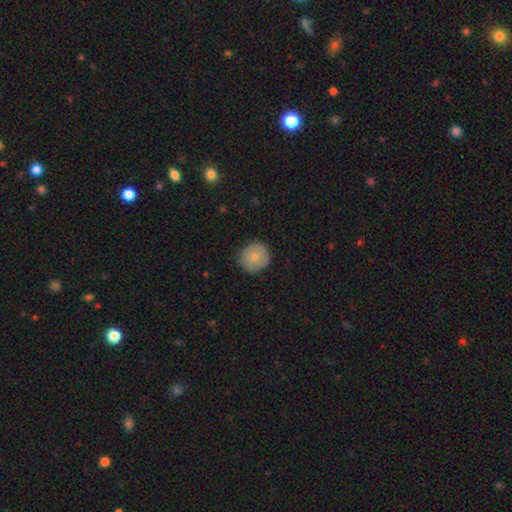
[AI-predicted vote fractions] Q: Smooth or featured?
A: smooth (79%); runner-up: featured or disk (14%)
Q: How rounded?
A: round (92%); runner-up: in between (7%)
Q: Merging?
A: none (85%); runner-up: minor disturbance (11%)